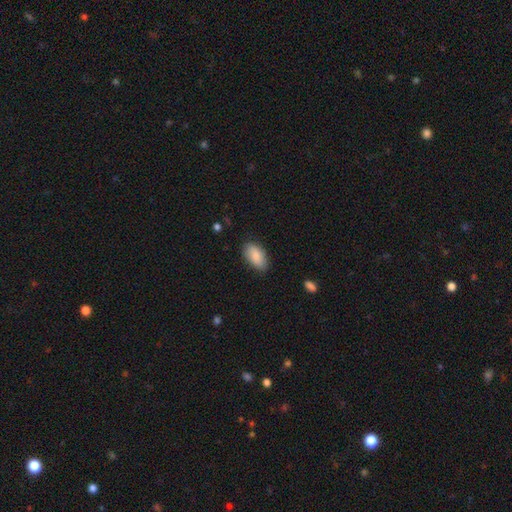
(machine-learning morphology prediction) The model was most divided on "merging": none: 81%, minor disturbance: 15%, major disturbance: 3%, merger: 1%. More confident: how rounded — in between (93%); smooth or featured — smooth (85%).